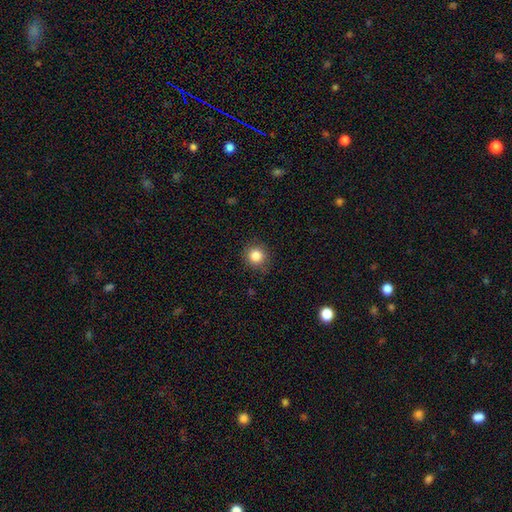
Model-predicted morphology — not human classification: This is clearly a smooth galaxy (85%). How rounded: clearly round (90%). Merging: clearly none (87%).